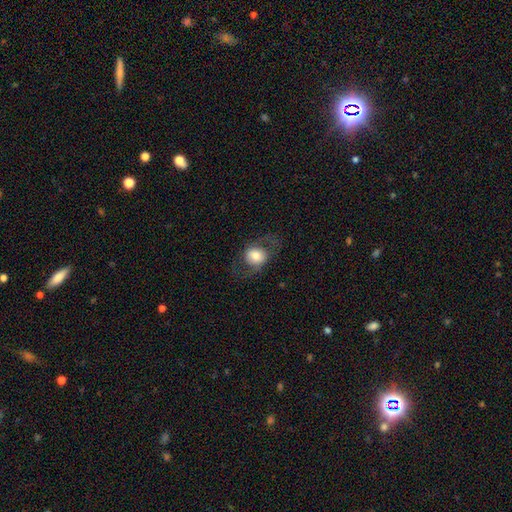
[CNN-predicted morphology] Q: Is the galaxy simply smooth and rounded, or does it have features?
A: smooth — 58%.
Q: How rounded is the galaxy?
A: round — 58%.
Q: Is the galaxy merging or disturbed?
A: none — 68%.